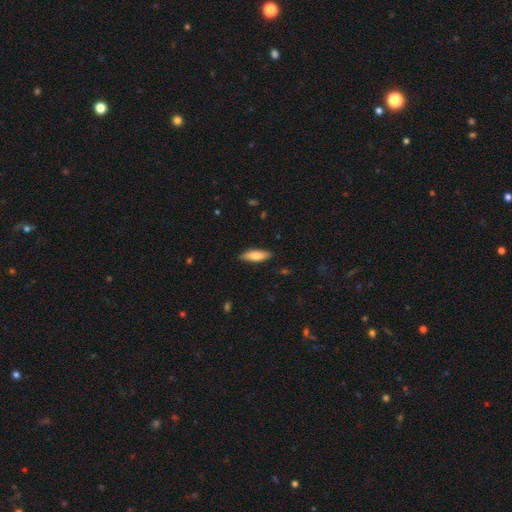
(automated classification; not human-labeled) Overall: smooth (79%). How rounded: in between (50%; cigar-shaped 48%). Merging: none (84%).